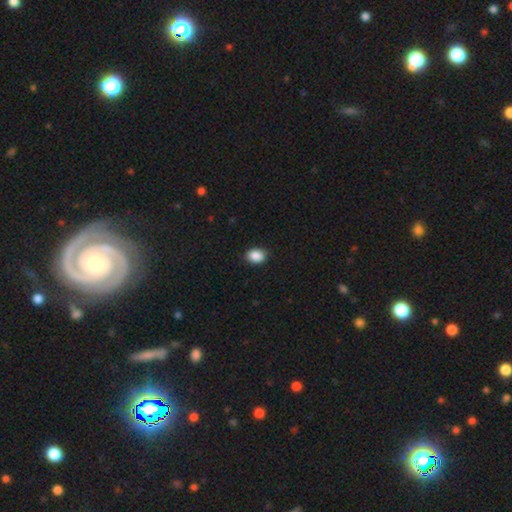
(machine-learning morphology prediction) Smooth or featured: smooth — 89% (star or artifact — 8%)
How rounded: in between — 67% (round — 32%)
Merging: none — 87% (minor disturbance — 10%)